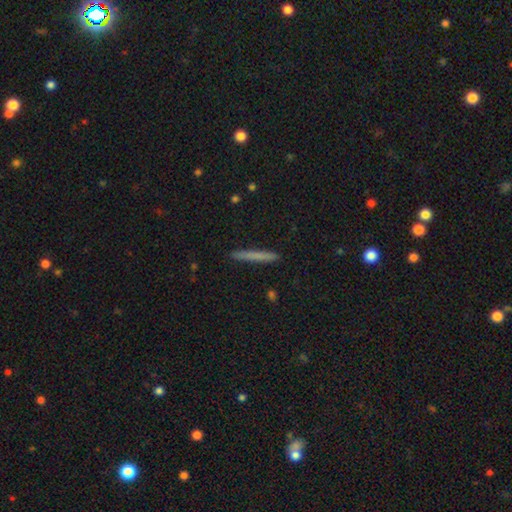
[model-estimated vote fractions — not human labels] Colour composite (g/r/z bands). It shows a smooth galaxy with no disk features (69%) that is cigar-shaped (97%). Merging: none (91%).